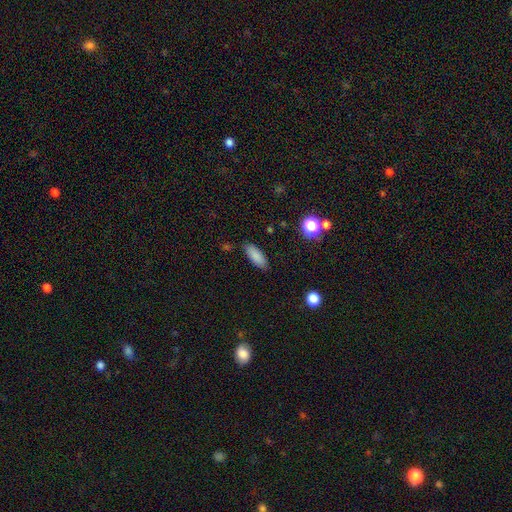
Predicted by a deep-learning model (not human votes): smooth_or_featured: smooth (p=0.86) [alt: star or artifact p=0.08]
how_rounded: in between (p=0.77) [alt: cigar-shaped p=0.21]
merging: none (p=0.85) [alt: minor disturbance p=0.11]